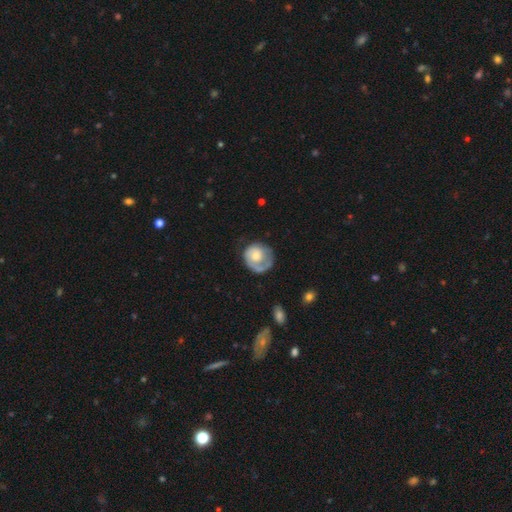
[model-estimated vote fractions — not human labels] smooth_or_featured: featured or disk (p=0.54) [alt: smooth p=0.40]
disk_edge_on: no (p=0.98) [alt: yes p=0.02]
bar: no (p=0.82) [alt: weak p=0.15]
has_spiral_arms: yes (p=0.70) [alt: no p=0.30]
bulge_size: moderate (p=0.51) [alt: small p=0.32]
merging: none (p=0.51) [alt: minor disturbance p=0.23]